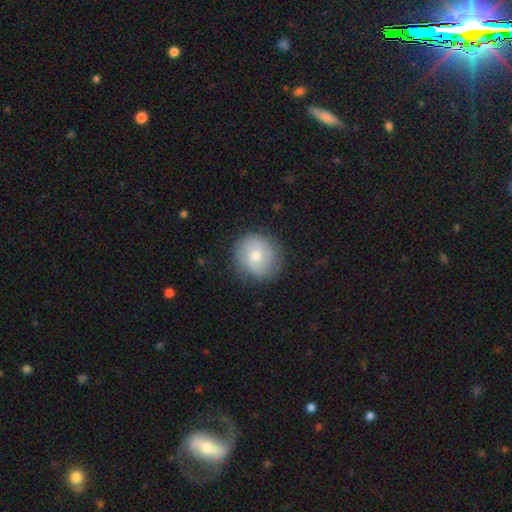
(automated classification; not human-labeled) Smooth or featured? smooth (57%)
How rounded? round (87%)
Merging? none (82%)